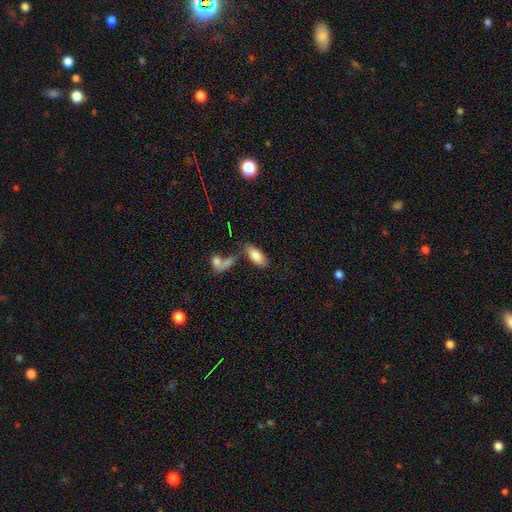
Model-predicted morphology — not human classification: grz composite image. It shows a smooth galaxy with no disk features (82%) that is in between round and cigar-shaped (89%). Merging: none (55%).